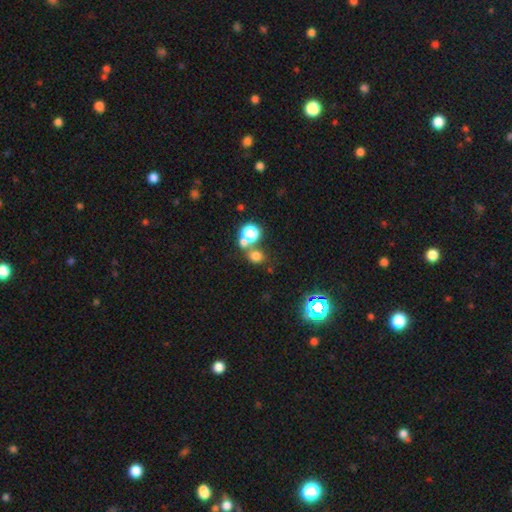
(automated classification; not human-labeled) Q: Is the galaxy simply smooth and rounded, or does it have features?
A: smooth — 69%.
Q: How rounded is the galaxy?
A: round — 74%.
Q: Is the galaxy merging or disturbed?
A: none — 59%.